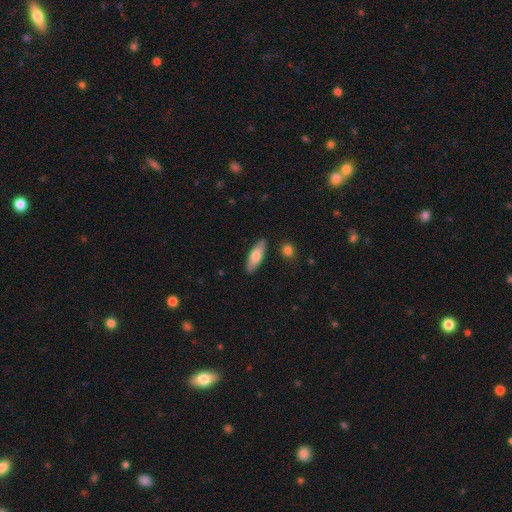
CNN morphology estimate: Smooth or featured?
  - smooth: 72% *
  - featured or disk: 22%
  - star or artifact: 6%
How rounded?
  - in between: 62% *
  - cigar-shaped: 36%
  - round: 2%
Merging?
  - none: 87% *
  - minor disturbance: 9%
  - merger: 2%
  - major disturbance: 2%